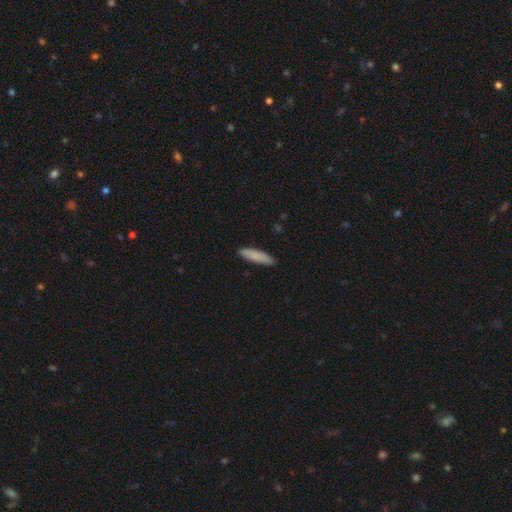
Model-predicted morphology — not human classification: This is clearly a smooth galaxy (85%). How rounded: likely cigar-shaped (76%). Merging: clearly none (89%).